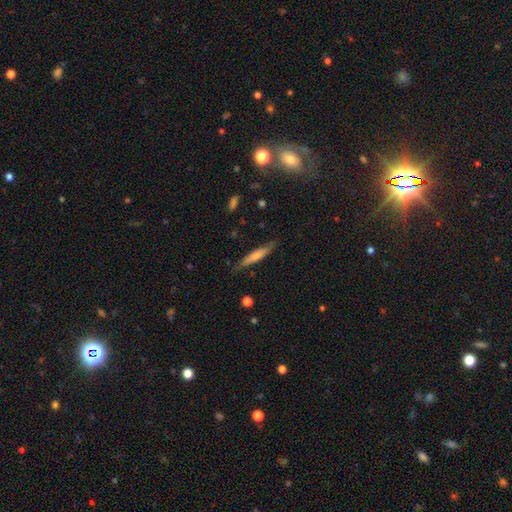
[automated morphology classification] Overall: smooth (63%; featured or disk 32%). How rounded: cigar-shaped (90%). Merging: none (80%).